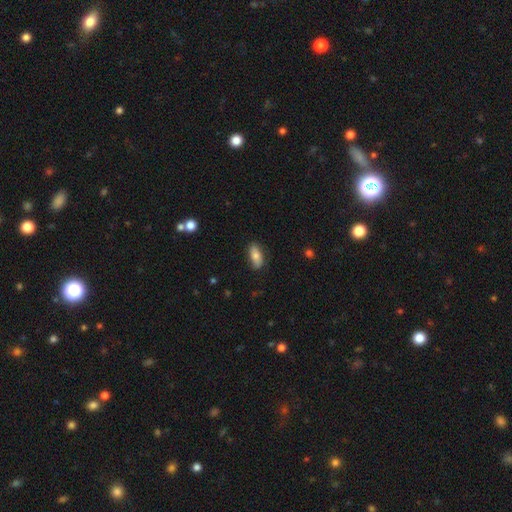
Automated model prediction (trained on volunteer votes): Morphology: type=smooth (76%); roundness=in between (85%); merging=none (83%).